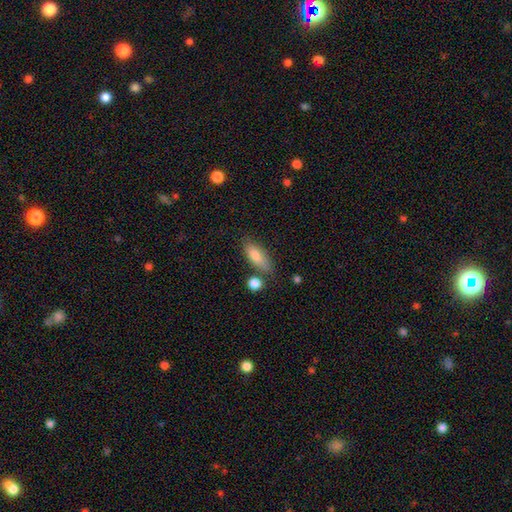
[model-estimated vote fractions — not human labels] Smooth or featured? smooth (78%)
How rounded? in between (63%)
Merging? none (75%)